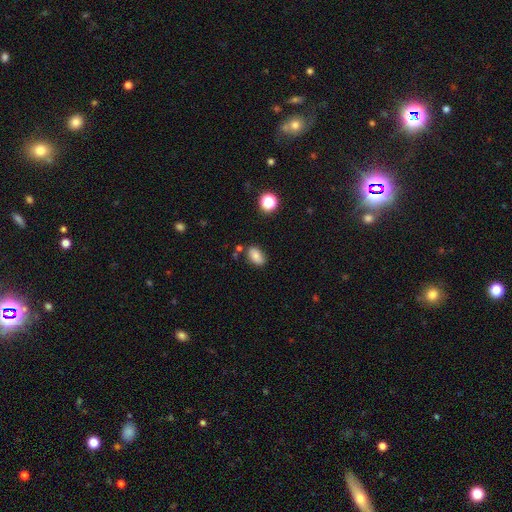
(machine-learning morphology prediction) smooth 79%, featured or disk 11%, star or artifact 10%. Down the decision tree: how rounded — in between (88%); merging — none (74%).